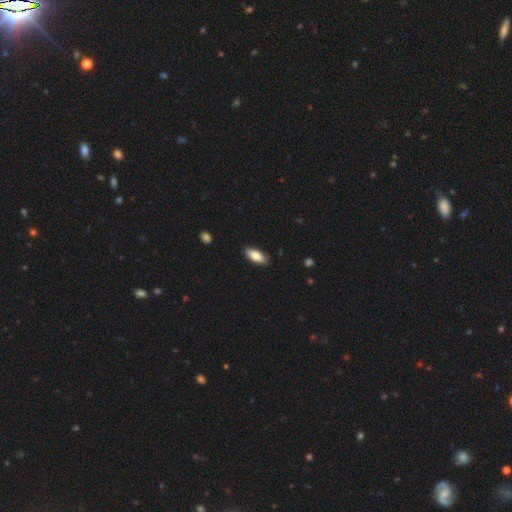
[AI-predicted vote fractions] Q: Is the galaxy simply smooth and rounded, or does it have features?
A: smooth — 81%.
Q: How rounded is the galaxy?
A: in between — 79%.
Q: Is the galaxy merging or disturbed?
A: none — 86%.